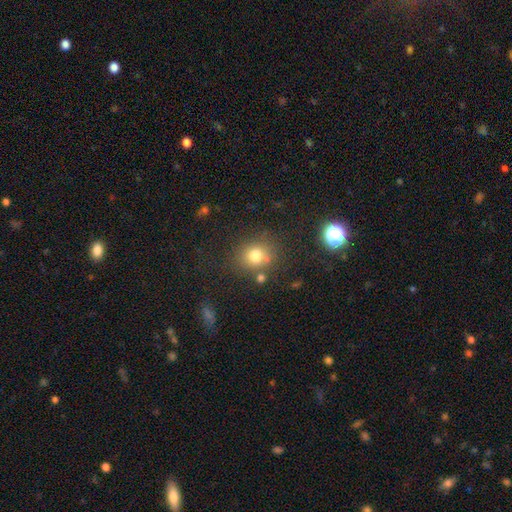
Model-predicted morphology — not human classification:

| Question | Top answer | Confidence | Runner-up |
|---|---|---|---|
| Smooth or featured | smooth | 76% | star or artifact (15%) |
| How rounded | round | 76% | in between (23%) |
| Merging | none | 73% | minor disturbance (13%) |